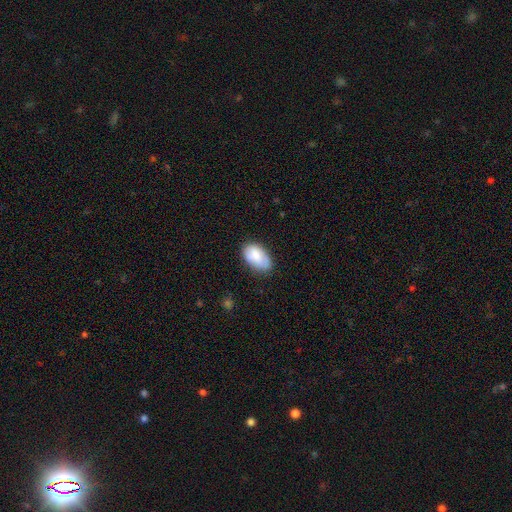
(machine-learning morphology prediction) The model was most divided on "merging": none: 67%, minor disturbance: 25%, major disturbance: 5%, merger: 2%. More confident: how rounded — in between (93%); smooth or featured — smooth (76%).